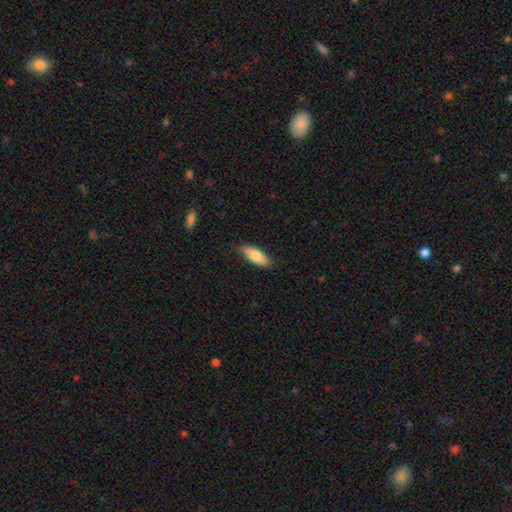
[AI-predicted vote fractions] The model was most divided on "how rounded": in between: 73%, cigar-shaped: 25%, round: 2%. More confident: merging — none (82%); smooth or featured — smooth (80%).